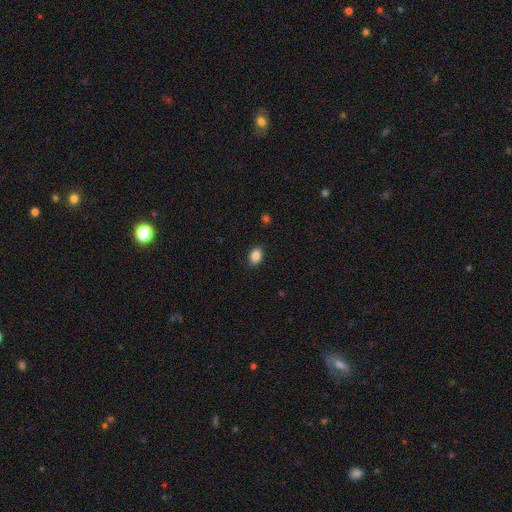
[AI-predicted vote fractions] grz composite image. It shows a smooth galaxy with no disk features (87%) that is in between round and cigar-shaped (79%). Merging: none (89%).